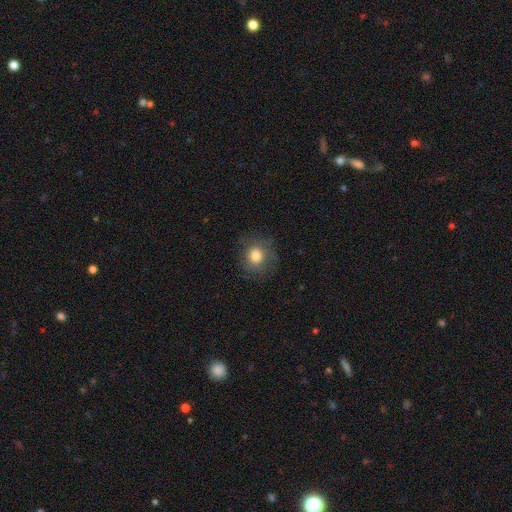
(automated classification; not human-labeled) The model was most divided on "merging": none: 77%, minor disturbance: 15%, major disturbance: 7%, merger: 1%. More confident: how rounded — round (82%); smooth or featured — smooth (78%).